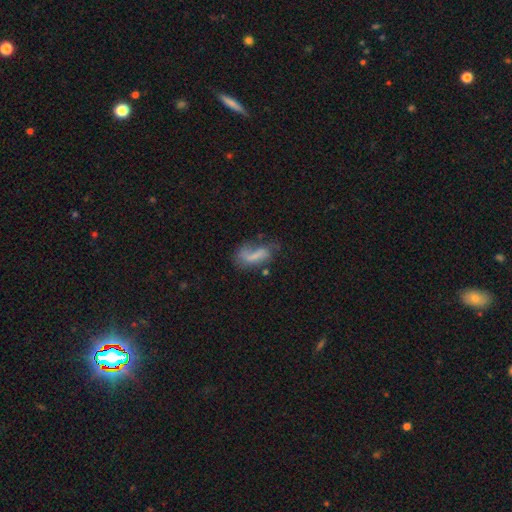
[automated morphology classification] Smooth or featured? smooth (56%)
How rounded? in between (77%)
Merging? major disturbance (33%, tied with none)